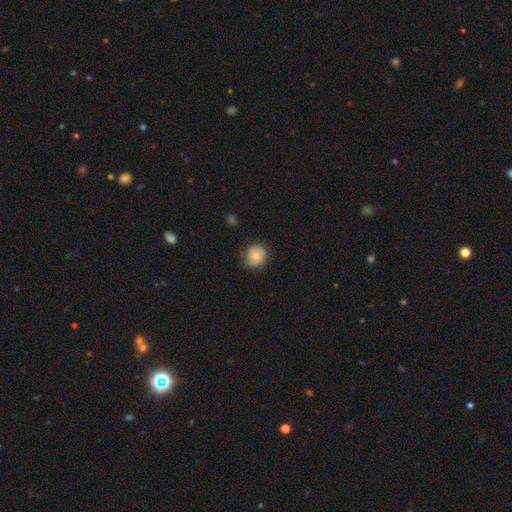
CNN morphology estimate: The model was most divided on "smooth or featured": smooth: 54%, featured or disk: 38%, star or artifact: 8%. More confident: how rounded — round (81%); merging — none (62%).